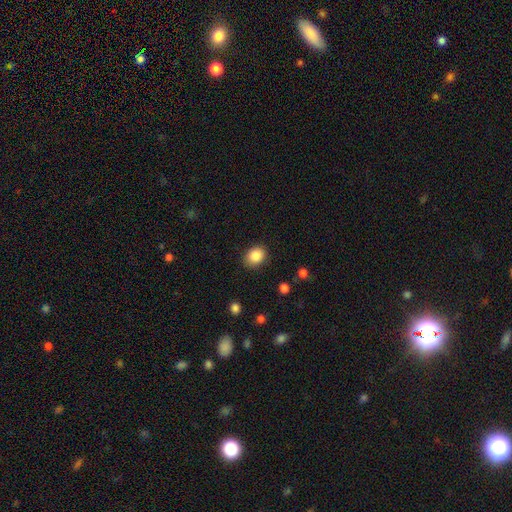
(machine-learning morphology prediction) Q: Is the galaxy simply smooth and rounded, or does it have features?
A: smooth — 86%.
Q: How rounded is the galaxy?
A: in between — 52%.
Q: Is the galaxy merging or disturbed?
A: none — 85%.